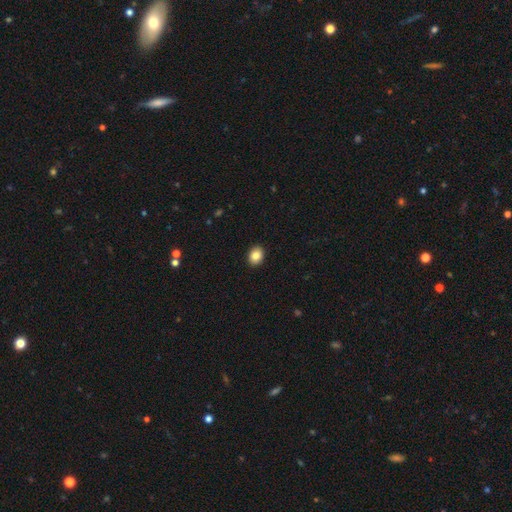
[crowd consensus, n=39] Morphology: type=smooth (79%); roundness=in between (68%); merging=none (89%).